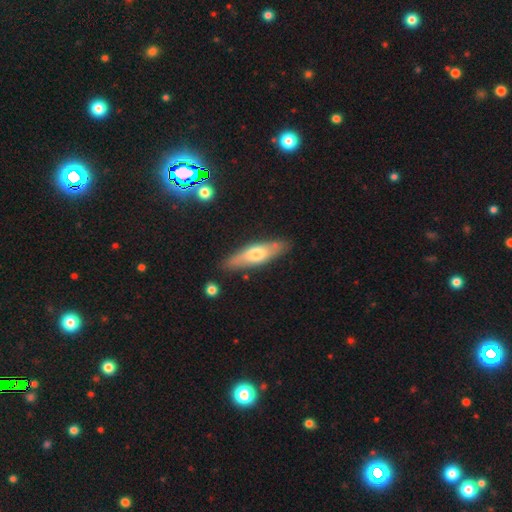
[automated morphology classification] This appears to be a smooth galaxy with no disk features (47%). Merging: none (86%).